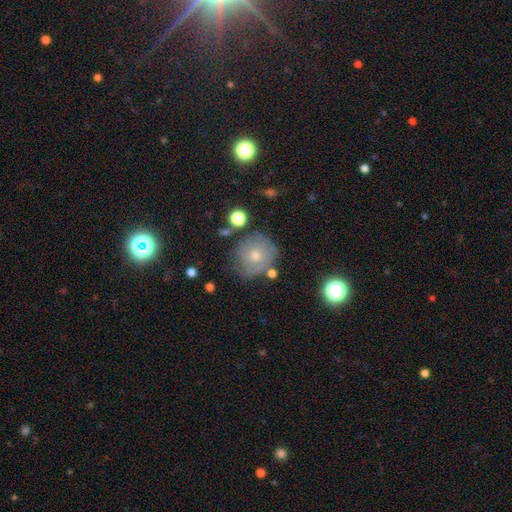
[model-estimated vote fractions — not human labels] Q: Smooth or featured?
A: smooth (54%); runner-up: featured or disk (35%)
Q: How rounded?
A: round (86%); runner-up: in between (13%)
Q: Merging?
A: none (64%); runner-up: minor disturbance (22%)